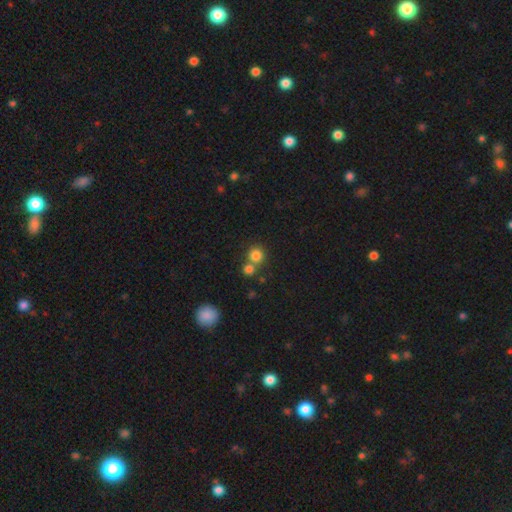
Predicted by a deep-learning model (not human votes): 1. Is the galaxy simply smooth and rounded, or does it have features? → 79% smooth, 14% star or artifact, 7% featured or disk.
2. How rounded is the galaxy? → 91% round, 8% in between, 1% cigar-shaped.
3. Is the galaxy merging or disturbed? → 58% none, 33% merger, 6% minor disturbance, 3% major disturbance.